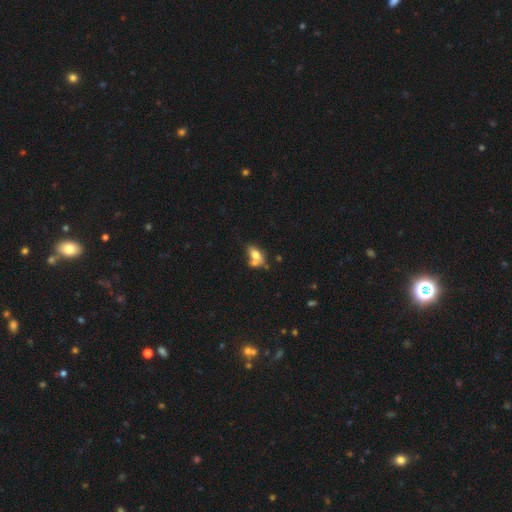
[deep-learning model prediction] smooth 70%, featured or disk 21%, star or artifact 9%. Down the decision tree: how rounded — in between (85%); merging — merger (42%).